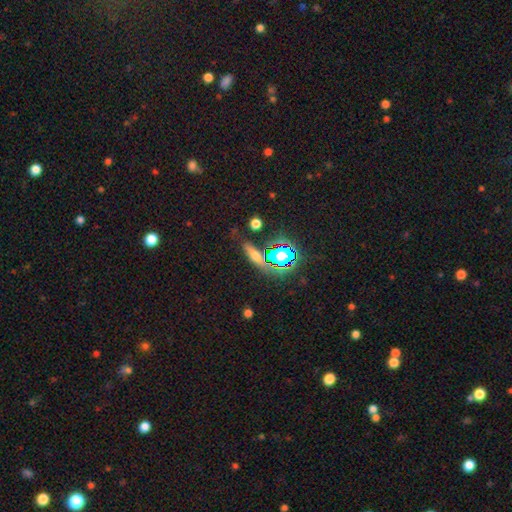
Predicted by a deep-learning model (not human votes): A smooth galaxy with no disk features (49%). Merging: none (75%).